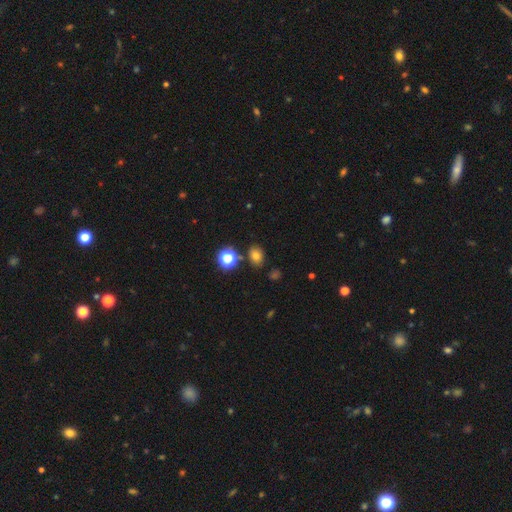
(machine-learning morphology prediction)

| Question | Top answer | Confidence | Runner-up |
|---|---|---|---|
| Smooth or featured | smooth | 73% | star or artifact (19%) |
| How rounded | in between | 56% | round (43%) |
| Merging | none | 81% | minor disturbance (10%) |